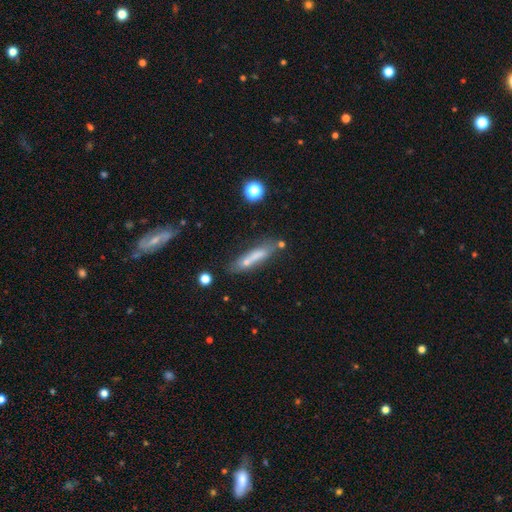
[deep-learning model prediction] smooth 58%, featured or disk 30%, star or artifact 11%. Down the decision tree: how rounded — cigar-shaped (81%); merging — none (60%).